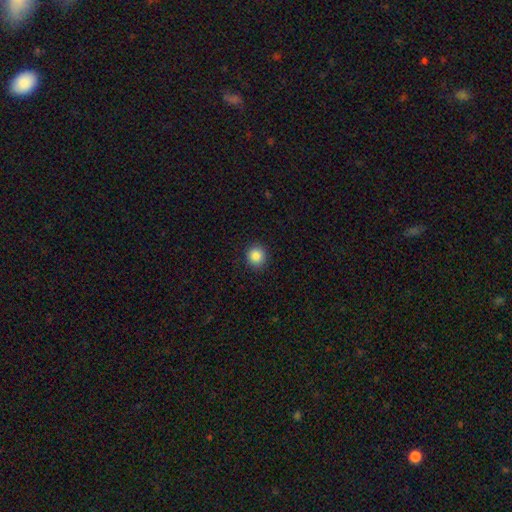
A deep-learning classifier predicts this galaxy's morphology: Q: Smooth or featured?
A: smooth (86%); runner-up: star or artifact (10%)
Q: How rounded?
A: round (90%); runner-up: in between (9%)
Q: Merging?
A: none (91%); runner-up: minor disturbance (6%)